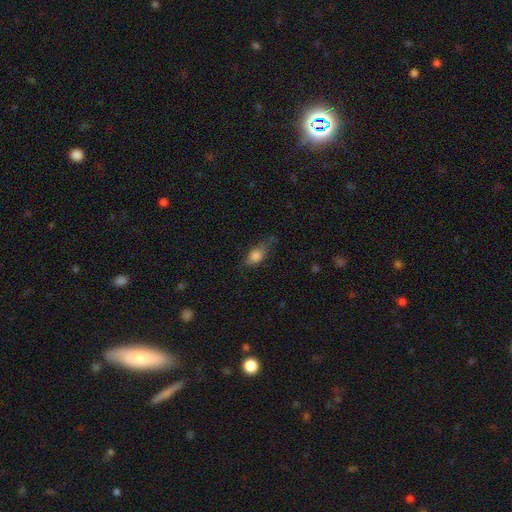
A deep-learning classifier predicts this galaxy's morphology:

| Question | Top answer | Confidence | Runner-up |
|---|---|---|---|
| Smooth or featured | smooth | 76% | featured or disk (15%) |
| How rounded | in between | 78% | cigar-shaped (11%) |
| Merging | none | 50% | minor disturbance (32%) |